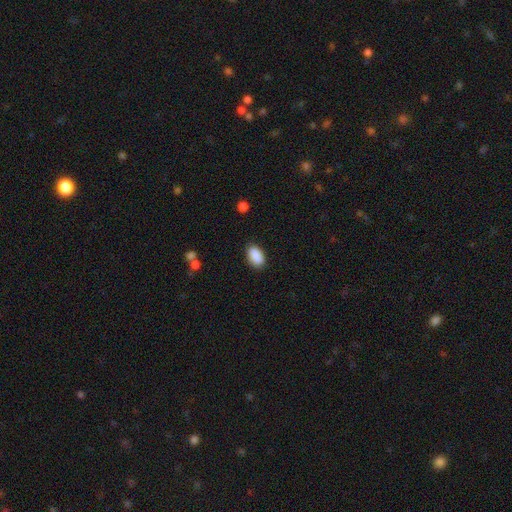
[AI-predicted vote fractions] Smooth or featured?
  - smooth: 90% *
  - star or artifact: 7%
  - featured or disk: 3%
How rounded?
  - in between: 93% *
  - round: 5%
  - cigar-shaped: 2%
Merging?
  - none: 87% *
  - minor disturbance: 10%
  - major disturbance: 2%
  - merger: 1%